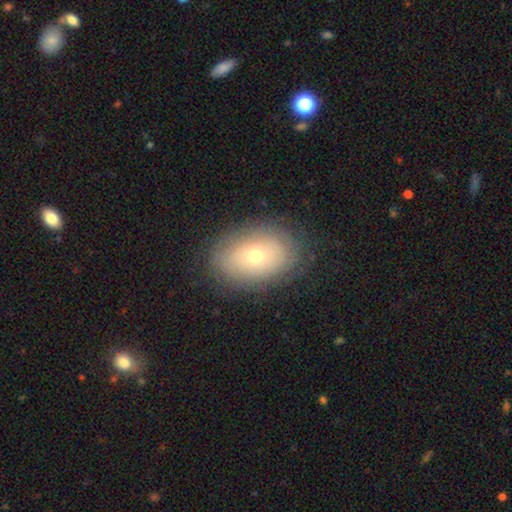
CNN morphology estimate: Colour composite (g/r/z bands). It shows a smooth galaxy with no disk features (59%) that is in between round and cigar-shaped (80%). Merging: none (82%).